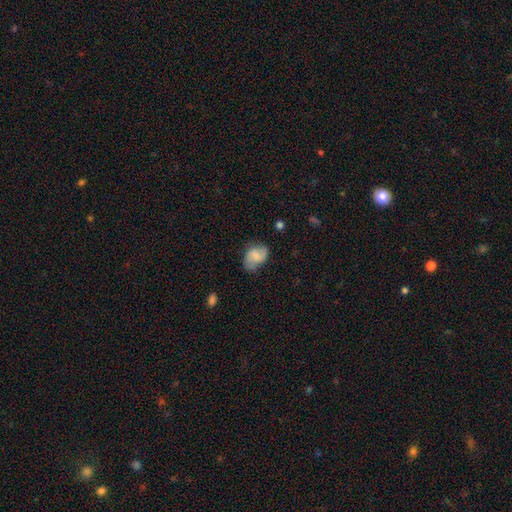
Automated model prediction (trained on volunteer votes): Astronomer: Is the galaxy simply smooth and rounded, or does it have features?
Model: smooth — 54% (runner-up: featured or disk, 38%).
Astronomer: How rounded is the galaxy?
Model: in between — 73%.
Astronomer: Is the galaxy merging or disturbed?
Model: none — 57%.